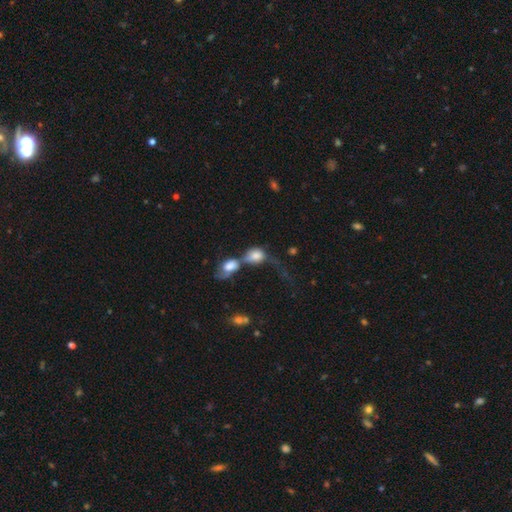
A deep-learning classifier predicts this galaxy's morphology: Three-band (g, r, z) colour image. It shows a smooth galaxy with no disk features (68%) that is in between round and cigar-shaped (59%). Merging: merger (70%).